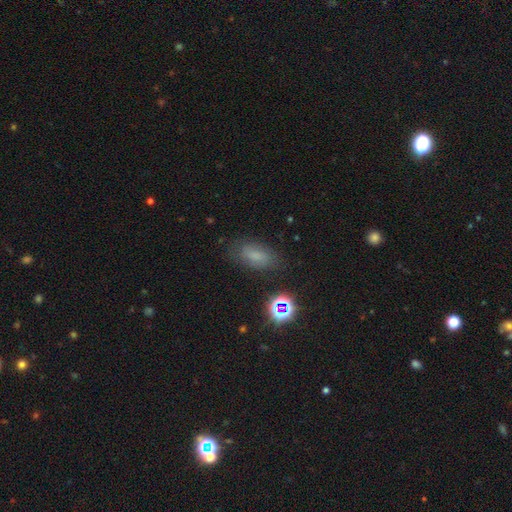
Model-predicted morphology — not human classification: smooth 62%, star or artifact 20%, featured or disk 18%. Down the decision tree: how rounded — in between (85%); merging — none (75%).